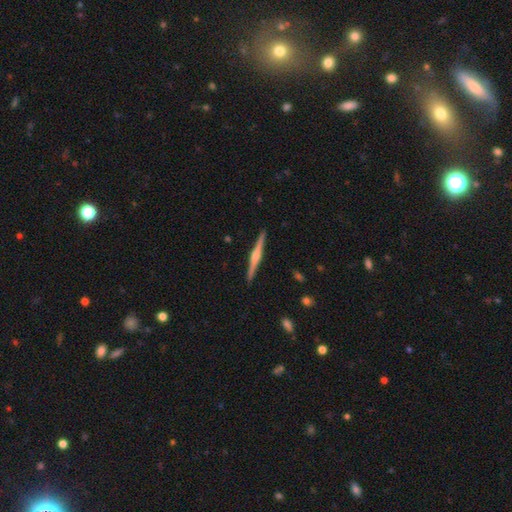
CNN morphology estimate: This is likely a featured or disk galaxy (74%). It is clearly viewed edge-on (99%). Edge-on bulge: likely rounded (77%). Merging: clearly none (92%).